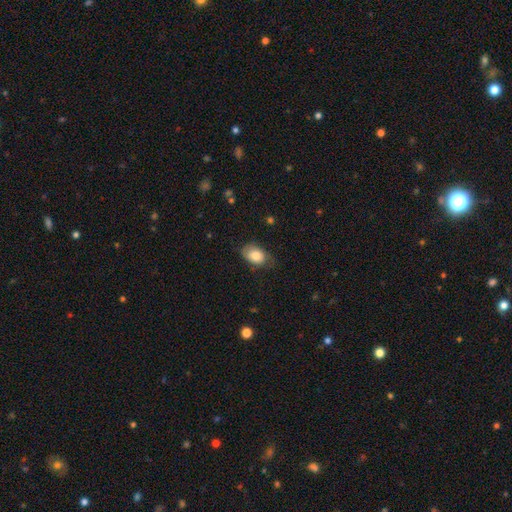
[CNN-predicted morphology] A smooth galaxy with no disk features (80%) that is in between round and cigar-shaped (82%). Merging: none (62%).